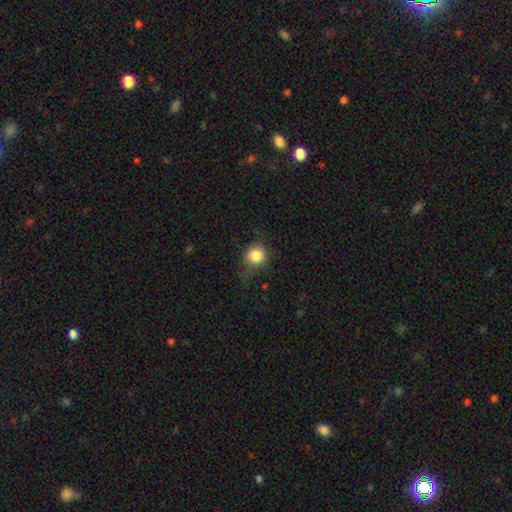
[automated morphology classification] Smooth or featured?
  - smooth: 83% *
  - star or artifact: 10%
  - featured or disk: 7%
How rounded?
  - round: 86% *
  - in between: 13%
  - cigar-shaped: 1%
Merging?
  - none: 65% *
  - minor disturbance: 25%
  - major disturbance: 9%
  - merger: 1%